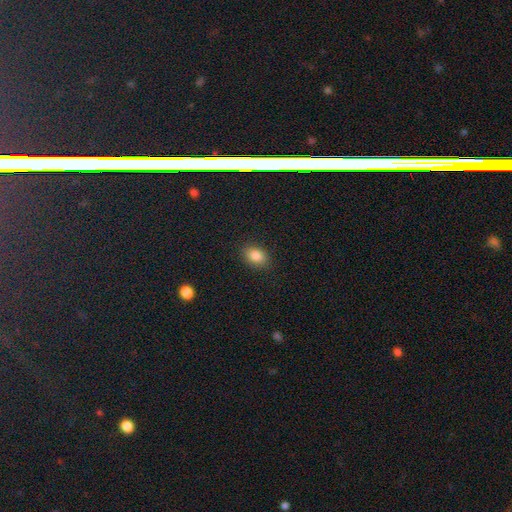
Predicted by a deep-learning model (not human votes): Smooth or featured? smooth (85%)
How rounded? in between (79%)
Merging? none (87%)